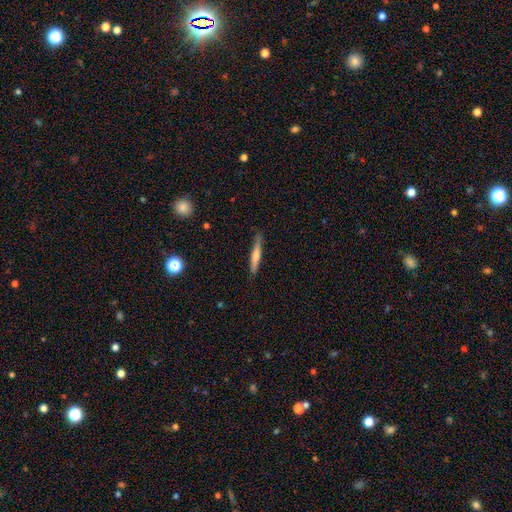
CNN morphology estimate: A featured or disk galaxy (47%). Merging: none (87%).